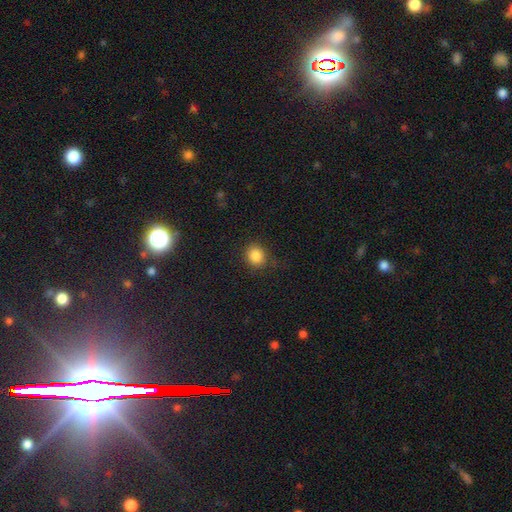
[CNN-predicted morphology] smooth 85%, star or artifact 11%, featured or disk 4%. Down the decision tree: how rounded — round (74%); merging — none (83%).